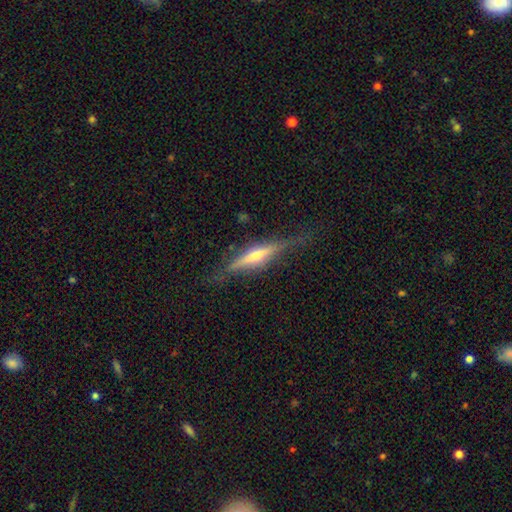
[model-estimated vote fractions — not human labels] Overall: featured or disk (74%). Edge-on disk: yes (95%). Edge-on bulge: rounded (72%). Merging: none (77%).